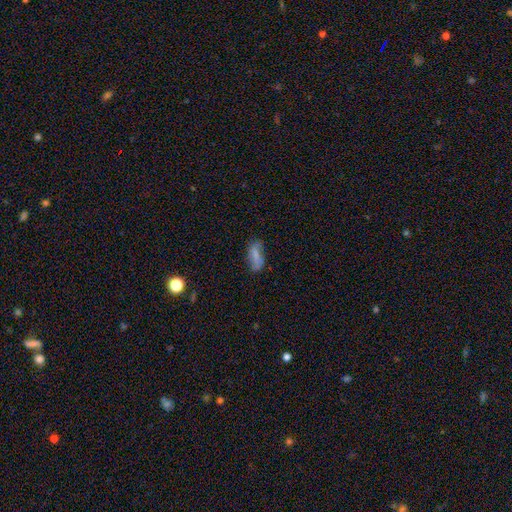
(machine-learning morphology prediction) The model was most divided on "merging": none: 53%, minor disturbance: 30%, major disturbance: 13%, merger: 4%. More confident: how rounded — in between (80%); smooth or featured — smooth (66%).